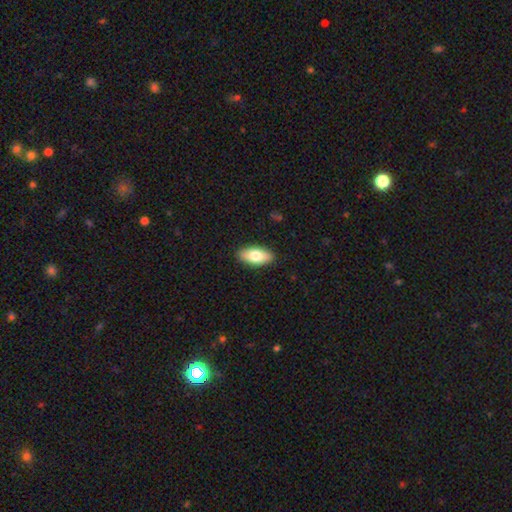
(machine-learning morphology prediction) This appears to be a smooth galaxy with no disk features (76%) that is in between round and cigar-shaped (89%). Merging: none (90%).